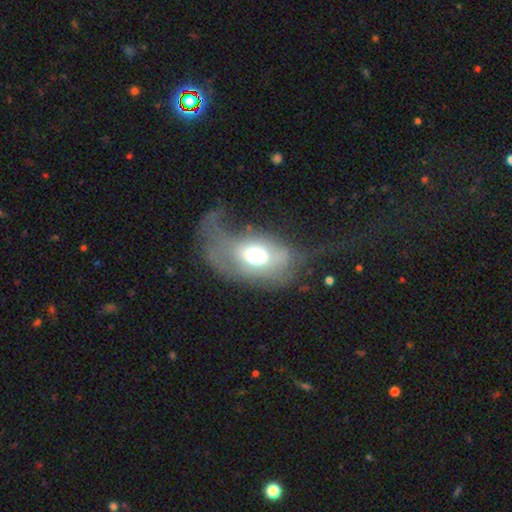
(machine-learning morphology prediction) Smooth or featured?
  - smooth: 47% *
  - featured or disk: 44%
  - star or artifact: 9%
Merging?
  - major disturbance: 55% *
  - none: 21%
  - minor disturbance: 20%
  - merger: 3%